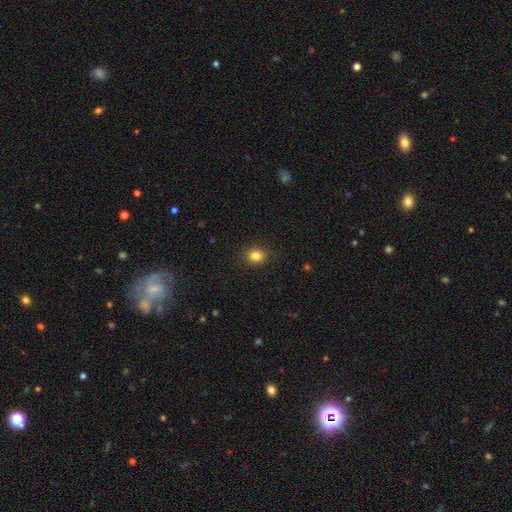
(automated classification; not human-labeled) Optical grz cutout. It shows a smooth galaxy with no disk features (83%) that is round (76%). Merging: none (90%).